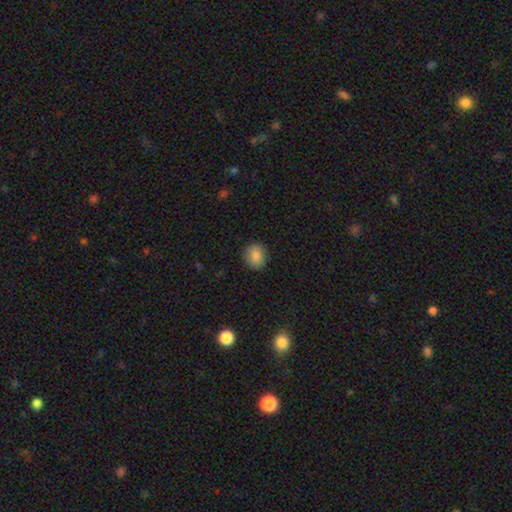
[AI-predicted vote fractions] A smooth galaxy with no disk features (86%) that is round (71%). Merging: none (89%).